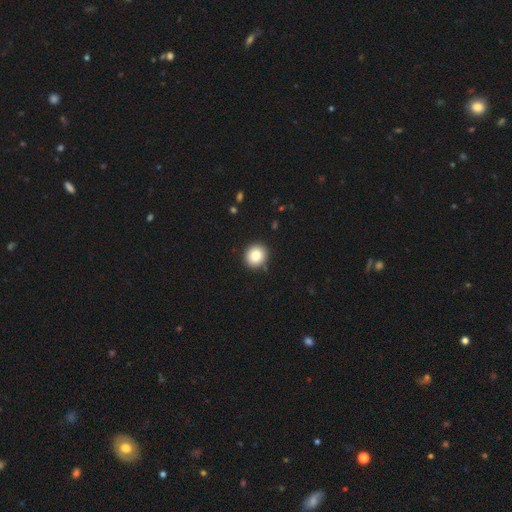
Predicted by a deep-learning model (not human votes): Morphology: type=smooth (83%); roundness=round (87%); merging=none (90%).